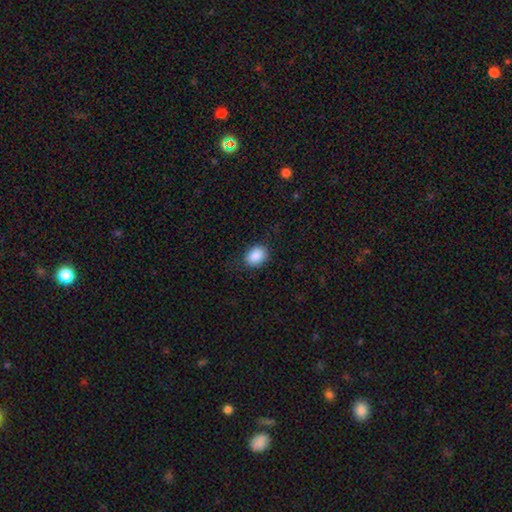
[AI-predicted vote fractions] smooth-or-featured: smooth: 88% | star or artifact: 8% | featured or disk: 4%
  how-rounded: in between: 70% | round: 29% | cigar-shaped: 1%
  merging: none: 81% | minor disturbance: 14% | major disturbance: 4% | merger: 1%